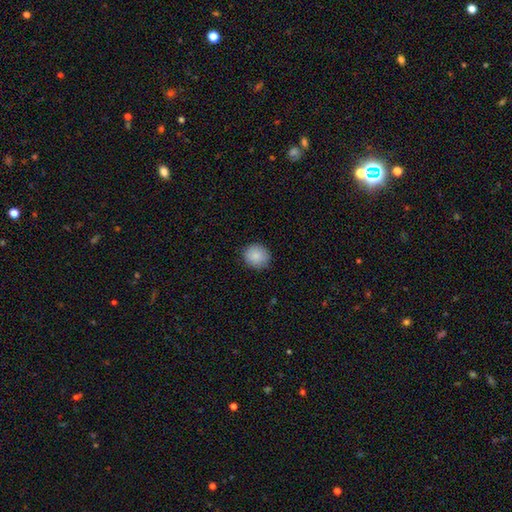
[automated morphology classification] smooth-or-featured: smooth: 86% | star or artifact: 8% | featured or disk: 6%
  how-rounded: round: 85% | in between: 14% | cigar-shaped: 1%
  merging: none: 86% | minor disturbance: 11% | major disturbance: 2% | merger: 1%